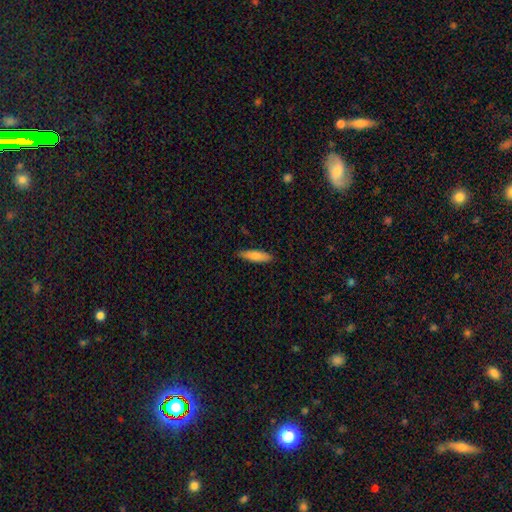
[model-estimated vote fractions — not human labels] smooth_or_featured: smooth (p=0.81) [alt: featured or disk p=0.13]
how_rounded: cigar-shaped (p=0.64) [alt: in between p=0.34]
merging: none (p=0.87) [alt: minor disturbance p=0.10]